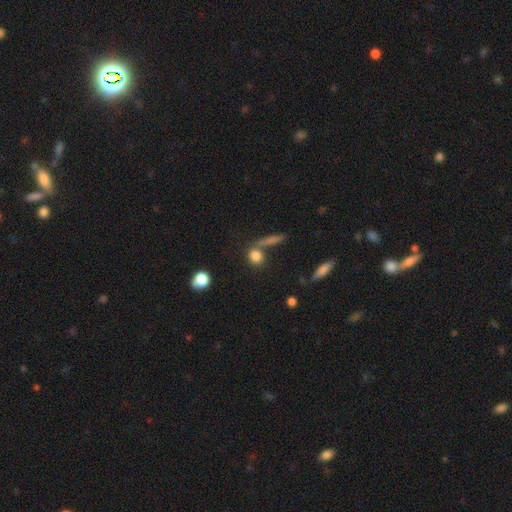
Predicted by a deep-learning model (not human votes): Morphology: type=smooth (81%); roundness=round (69%); merging=none (62%).